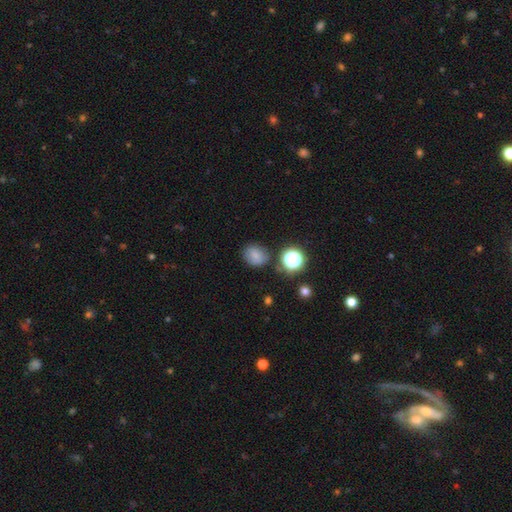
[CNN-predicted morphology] This appears to be a smooth galaxy with no disk features (75%) that is round (64%). Merging: none (76%).